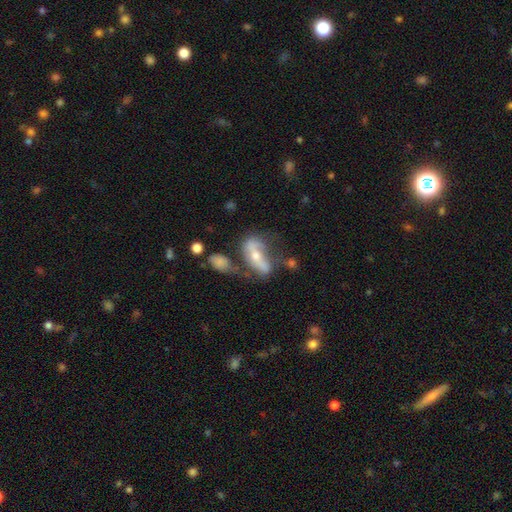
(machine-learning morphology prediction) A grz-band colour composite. It shows a featured or disk galaxy (60%). Merging: none (36%).